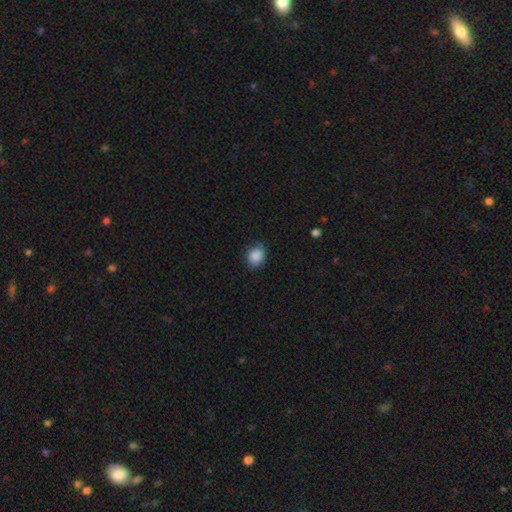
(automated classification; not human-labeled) The model was most divided on "how rounded": round: 60%, in between: 39%, cigar-shaped: 1%. More confident: smooth or featured — smooth (88%); merging — none (77%).